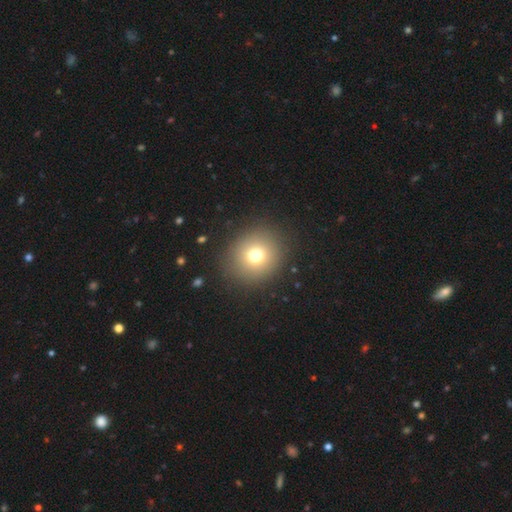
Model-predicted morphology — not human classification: This appears to be a smooth galaxy with no disk features (73%) that is round (88%). Merging: none (89%).